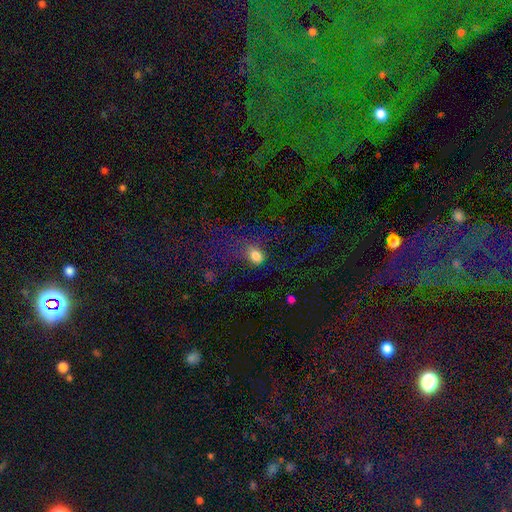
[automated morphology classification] type=smooth (77%); roundness=in between (54%); merging=none (44%).